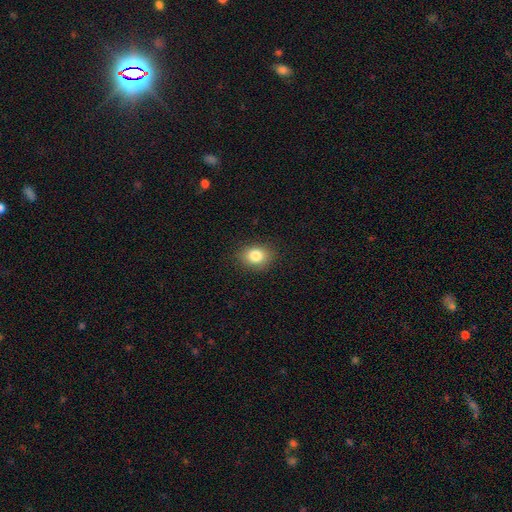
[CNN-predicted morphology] Smooth or featured? smooth (82%)
How rounded? in between (55%)
Merging? none (86%)